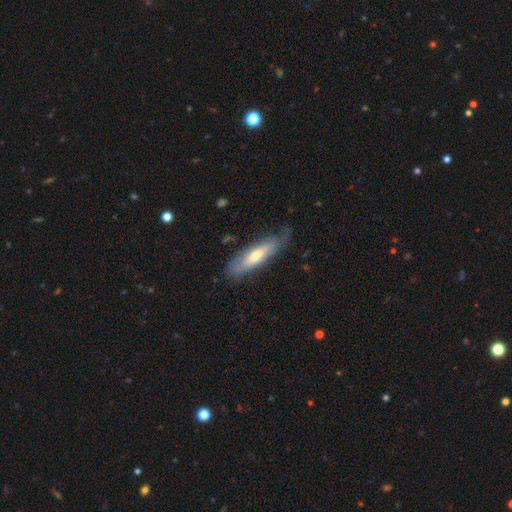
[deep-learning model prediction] smooth-or-featured: smooth: 51% | featured or disk: 43% | star or artifact: 6%
  how-rounded: cigar-shaped: 64% | in between: 34% | round: 2%
  merging: none: 68% | minor disturbance: 24% | major disturbance: 7% | merger: 1%